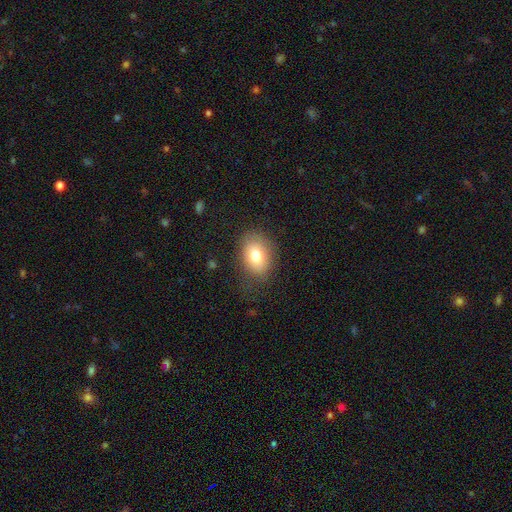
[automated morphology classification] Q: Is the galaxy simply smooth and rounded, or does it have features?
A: smooth — 77%.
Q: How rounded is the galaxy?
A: in between — 72%.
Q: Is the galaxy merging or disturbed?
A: none — 76%.